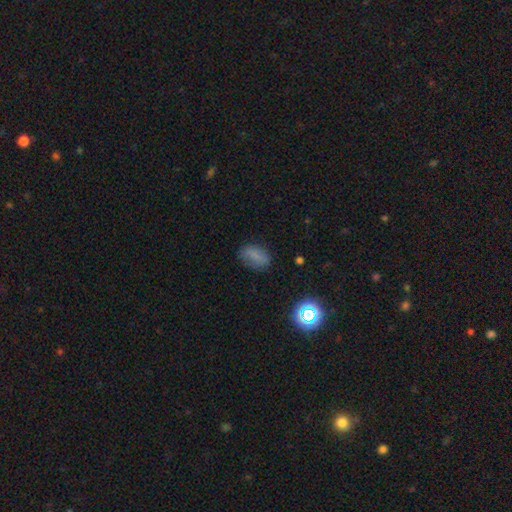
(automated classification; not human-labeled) Smooth or featured: smooth — 73% (star or artifact — 15%)
How rounded: in between — 84% (round — 14%)
Merging: none — 73% (minor disturbance — 19%)